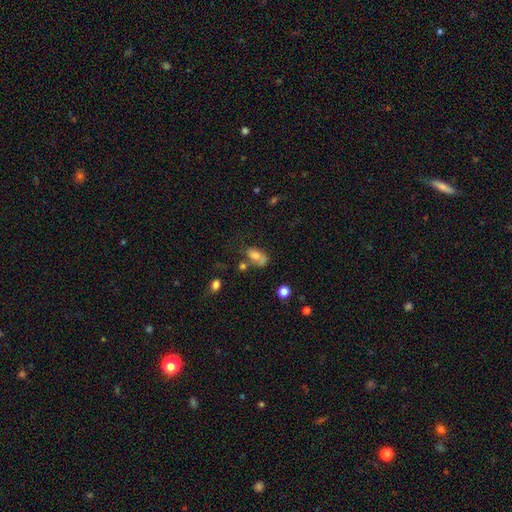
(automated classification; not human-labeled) Smooth or featured? smooth (69%)
How rounded? in between (87%)
Merging? none (36%)